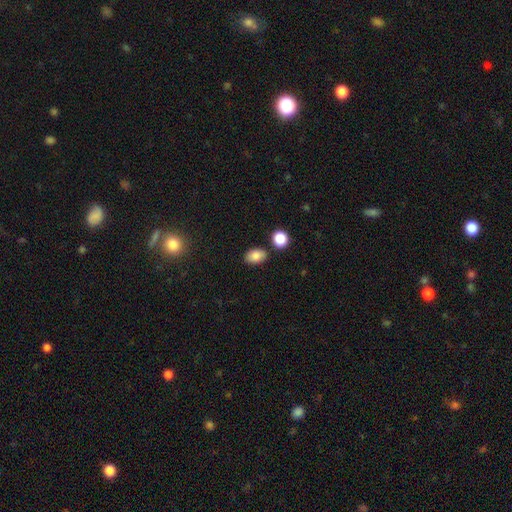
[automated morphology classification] A smooth galaxy with no disk features (84%) that is in between round and cigar-shaped (84%).

Vote fractions:
- Smooth or featured? smooth: 84% / star or artifact: 9% / featured or disk: 7%
- How rounded? in between: 84% / round: 15% / cigar-shaped: 1%
- Merging? none: 80% / minor disturbance: 11% / merger: 6% / major disturbance: 3%